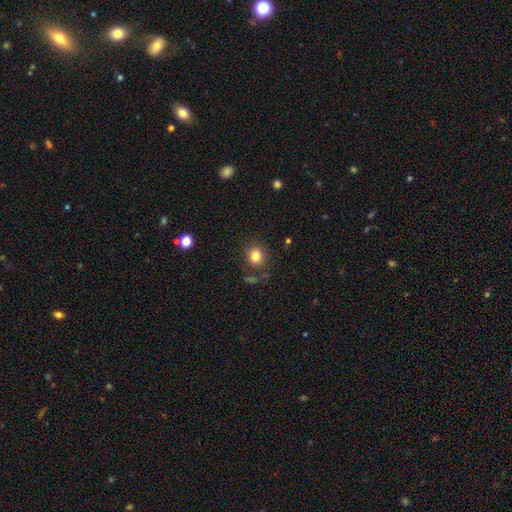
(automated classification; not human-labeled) A smooth galaxy with no disk features (83%) that is round (74%). Merging: none (83%).